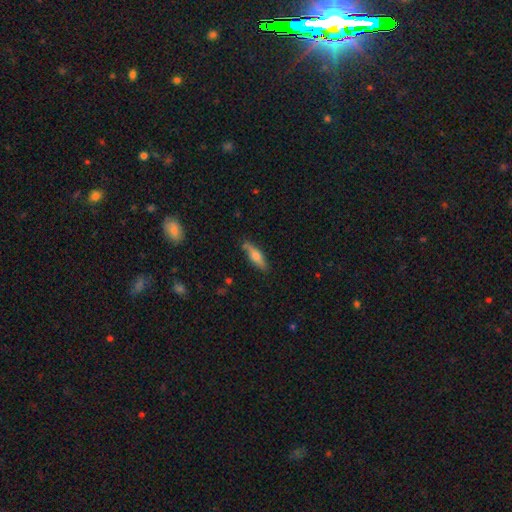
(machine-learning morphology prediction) A smooth galaxy with no disk features (60%) that is cigar-shaped (63%).

Vote fractions:
- Smooth or featured? smooth: 60% / featured or disk: 33% / star or artifact: 6%
- How rounded? cigar-shaped: 63% / in between: 35% / round: 2%
- Merging? none: 80% / minor disturbance: 15% / major disturbance: 3% / merger: 2%